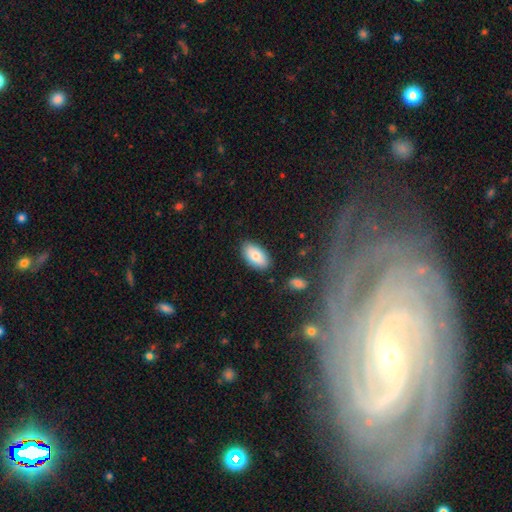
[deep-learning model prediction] Smooth or featured? Predicted: smooth (p=0.81). How rounded? Predicted: in between (p=0.94). Merging? Predicted: none (p=0.84).